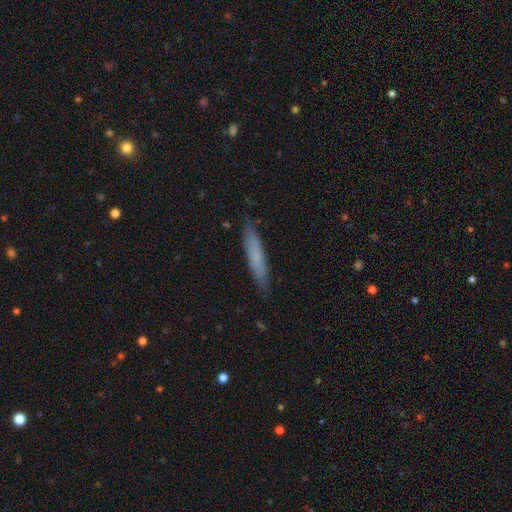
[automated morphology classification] smooth 68%, featured or disk 26%, star or artifact 6%. Down the decision tree: how rounded — cigar-shaped (91%); merging — none (84%).